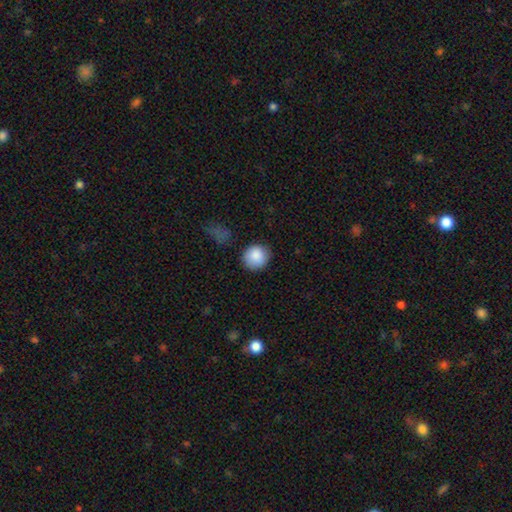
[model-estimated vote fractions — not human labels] A smooth galaxy with no disk features (88%) that is round (87%).

Vote fractions:
- Smooth or featured? smooth: 88% / star or artifact: 7% / featured or disk: 4%
- How rounded? round: 87% / in between: 12% / cigar-shaped: 1%
- Merging? none: 83% / minor disturbance: 12% / major disturbance: 3% / merger: 2%